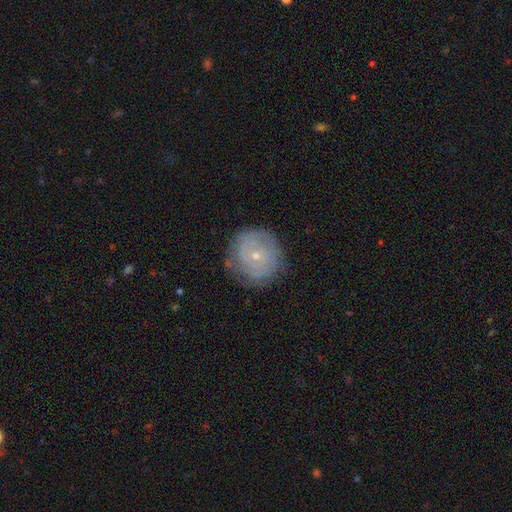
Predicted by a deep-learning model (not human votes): Smooth or featured: featured or disk — 55% (smooth — 34%)
Edge-on disk: no — 97% (yes — 3%)
Bar: no — 83% (weak — 14%)
Spiral arms: yes — 72% (no — 28%)
Bulge size: small — 77% (moderate — 19%)
Merging: none — 79% (minor disturbance — 15%)